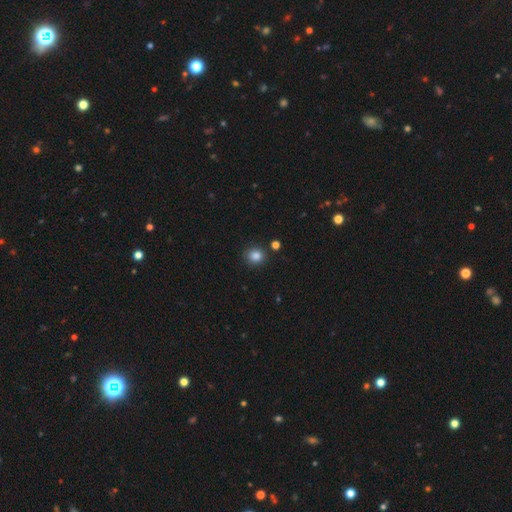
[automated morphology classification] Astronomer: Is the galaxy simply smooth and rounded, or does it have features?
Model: smooth — 84%.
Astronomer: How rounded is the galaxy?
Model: round — 82%.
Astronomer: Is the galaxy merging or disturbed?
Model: none — 85%.